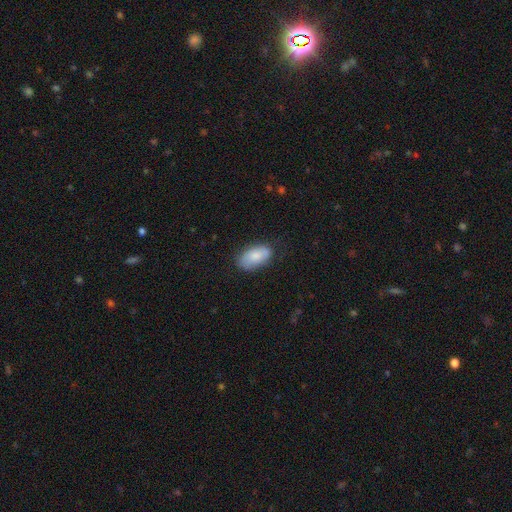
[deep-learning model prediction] A smooth galaxy with no disk features (79%) that is in between round and cigar-shaped (93%). Merging: none (72%).